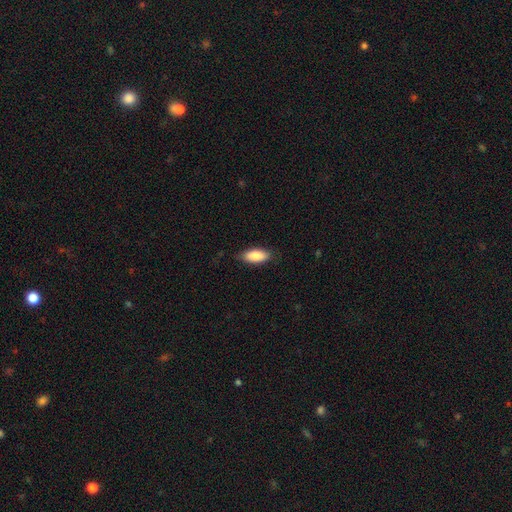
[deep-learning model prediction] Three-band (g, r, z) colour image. It shows a smooth galaxy with no disk features (86%) that is in between round and cigar-shaped (82%). Merging: none (82%).